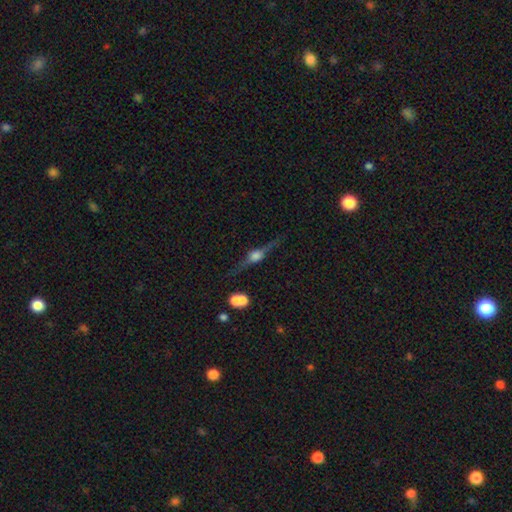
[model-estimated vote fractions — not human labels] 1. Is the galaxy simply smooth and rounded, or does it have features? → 81% featured or disk, 11% smooth, 8% star or artifact.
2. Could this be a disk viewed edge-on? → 96% yes, 4% no.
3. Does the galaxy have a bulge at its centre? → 93% rounded, 6% boxy, 2% none.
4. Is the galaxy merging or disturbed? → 80% none, 12% minor disturbance, 4% merger, 4% major disturbance.